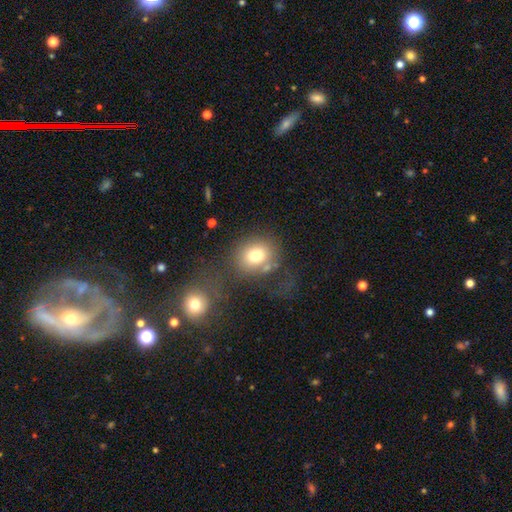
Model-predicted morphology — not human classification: Smooth or featured: smooth — 74% (featured or disk — 16%)
How rounded: round — 61% (in between — 38%)
Merging: none — 48% (major disturbance — 18%)